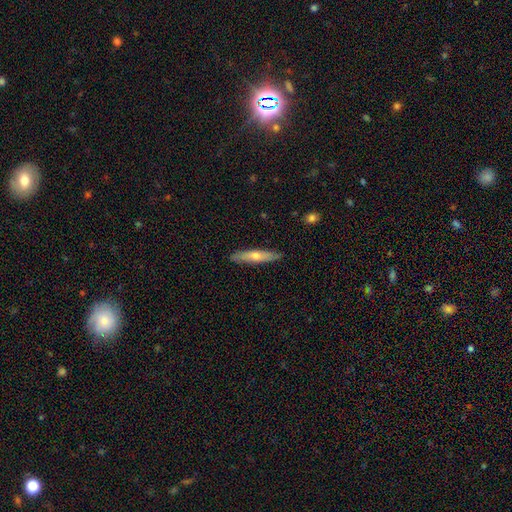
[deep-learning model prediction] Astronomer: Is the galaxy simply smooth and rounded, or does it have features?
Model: featured or disk — 51% (runner-up: smooth, 42%).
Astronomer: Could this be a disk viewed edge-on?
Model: yes — 87%.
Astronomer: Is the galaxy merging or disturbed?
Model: none — 90%.